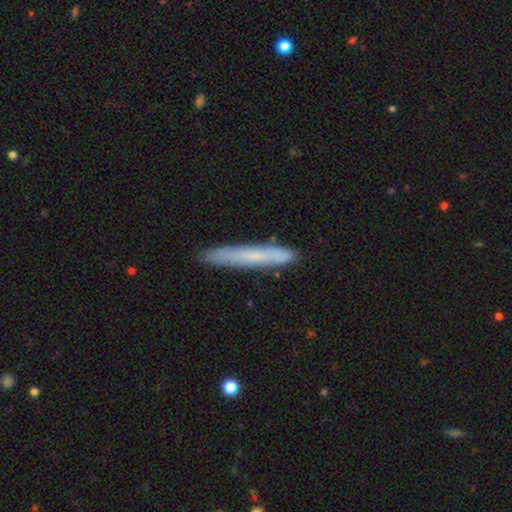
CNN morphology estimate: This appears to be a smooth galaxy with no disk features (61%) that is cigar-shaped (96%). Merging: none (87%).